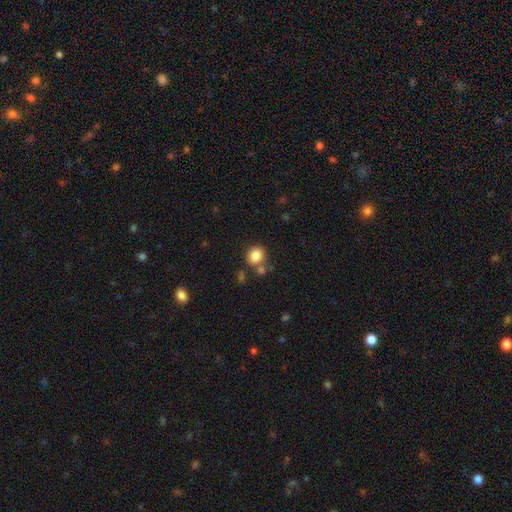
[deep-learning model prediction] Q: Smooth or featured?
A: smooth (84%); runner-up: star or artifact (10%)
Q: How rounded?
A: round (78%); runner-up: in between (21%)
Q: Merging?
A: none (70%); runner-up: merger (14%)